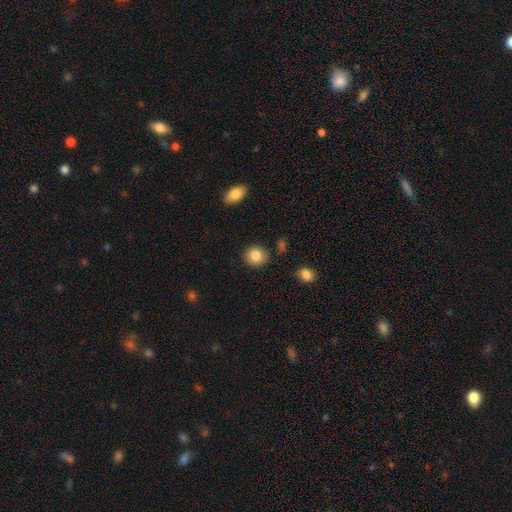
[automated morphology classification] smooth-or-featured: smooth: 85% | star or artifact: 9% | featured or disk: 7%
  how-rounded: round: 79% | in between: 20% | cigar-shaped: 1%
  merging: none: 88% | minor disturbance: 8% | merger: 2% | major disturbance: 2%